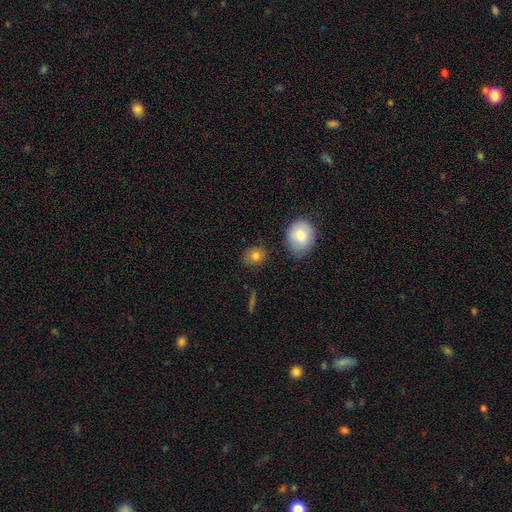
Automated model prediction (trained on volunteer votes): Smooth or featured?
  - smooth: 82% *
  - star or artifact: 10%
  - featured or disk: 8%
How rounded?
  - round: 62% *
  - in between: 37%
  - cigar-shaped: 1%
Merging?
  - none: 80% *
  - minor disturbance: 13%
  - merger: 4%
  - major disturbance: 3%